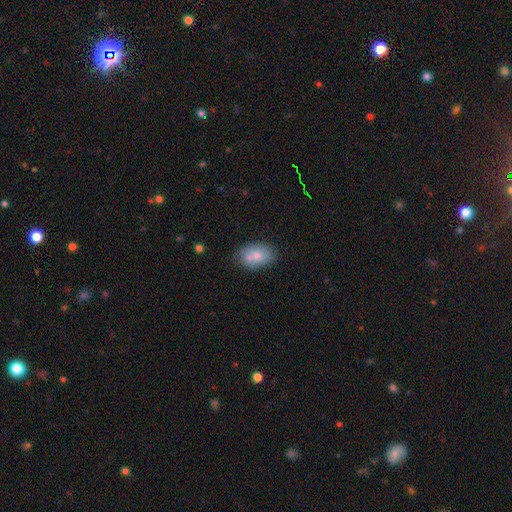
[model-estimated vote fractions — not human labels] Overall: smooth (71%). How rounded: in between (85%). Merging: none (61%).